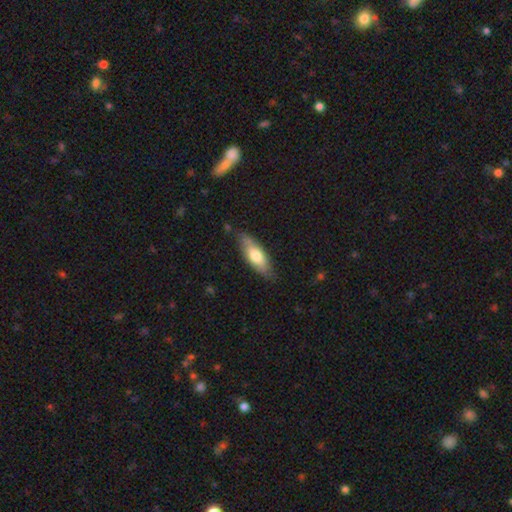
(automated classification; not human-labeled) This appears to be a smooth galaxy with no disk features (66%) that is in between round and cigar-shaped (66%). Merging: none (76%).